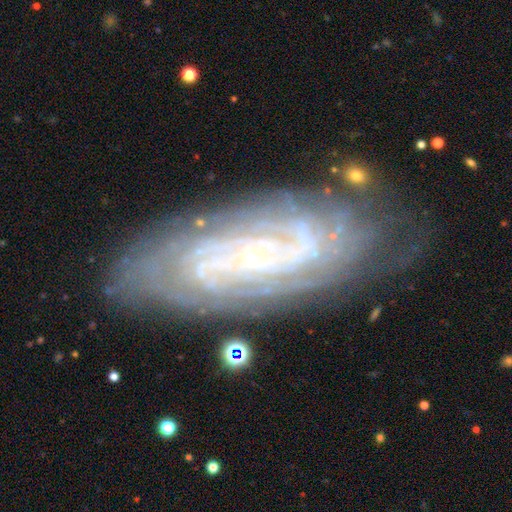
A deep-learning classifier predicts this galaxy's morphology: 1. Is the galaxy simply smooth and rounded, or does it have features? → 87% featured or disk, 7% smooth, 6% star or artifact.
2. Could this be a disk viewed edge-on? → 93% no, 7% yes.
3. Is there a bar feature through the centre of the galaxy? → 66% no, 24% weak, 10% strong.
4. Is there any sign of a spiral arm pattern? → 97% yes, 3% no.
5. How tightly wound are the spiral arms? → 79% tight, 18% medium, 4% loose.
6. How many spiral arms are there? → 30% can't tell, 18% 2, 17% 4, 14% 3, 13% more than 4, 7% 1.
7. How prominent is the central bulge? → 85% small, 8% moderate, 5% none, 1% large, 1% dominant.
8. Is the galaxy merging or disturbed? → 78% none, 15% minor disturbance, 5% major disturbance, 2% merger.